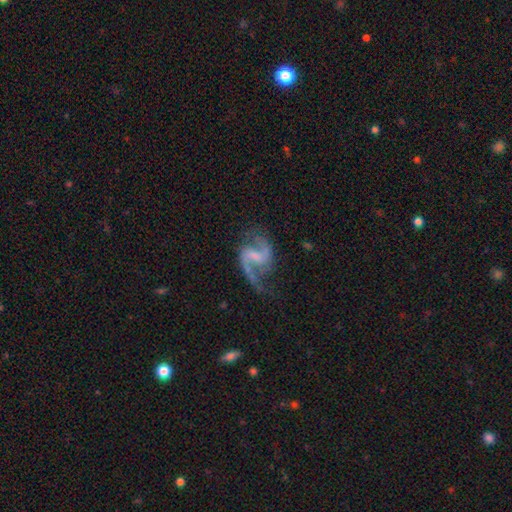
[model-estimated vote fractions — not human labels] A featured or disk galaxy (91%) with a weak bar (54%), 2 (93%) medium (47%) spiral arms (97%) and no central bulge (44%). Merging: none (67%).